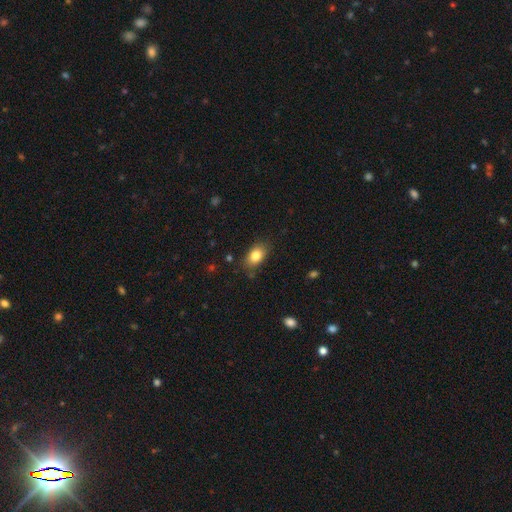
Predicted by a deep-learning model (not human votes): The model was most divided on "merging": none: 81%, minor disturbance: 14%, major disturbance: 3%, merger: 2%. More confident: how rounded — in between (83%); smooth or featured — smooth (82%).